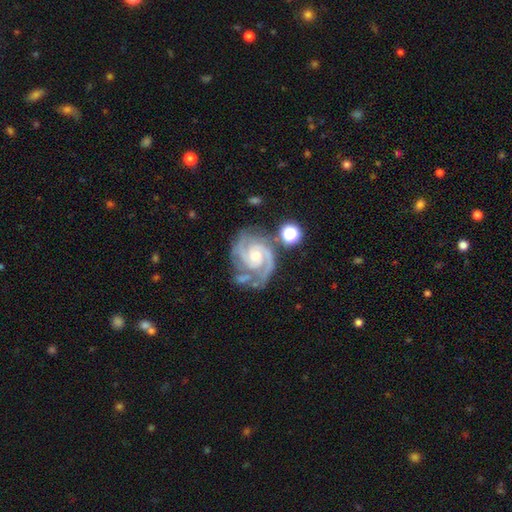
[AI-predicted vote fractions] A featured or disk galaxy (92%) with no bar (64%), 2 (57%) tight (58%) spiral arms (99%) and a small central bulge (50%).

Vote fractions:
- Smooth or featured? featured or disk: 92% / star or artifact: 5% / smooth: 3%
- Edge-on disk? no: 98% / yes: 2%
- Bar? no: 64% / weak: 28% / strong: 8%
- Spiral arms? yes: 99% / no: 1%
- Spiral winding? tight: 58% / medium: 37% / loose: 4%
- Spiral arm count? 2: 57% / 3: 28% / can't tell: 5% / 4: 4% / 1: 3% / more than 4: 3%
- Bulge size? small: 50% / moderate: 46% / large: 2% / none: 2% / dominant: 1%
- Merging? none: 62% / minor disturbance: 21% / major disturbance: 9% / merger: 8%